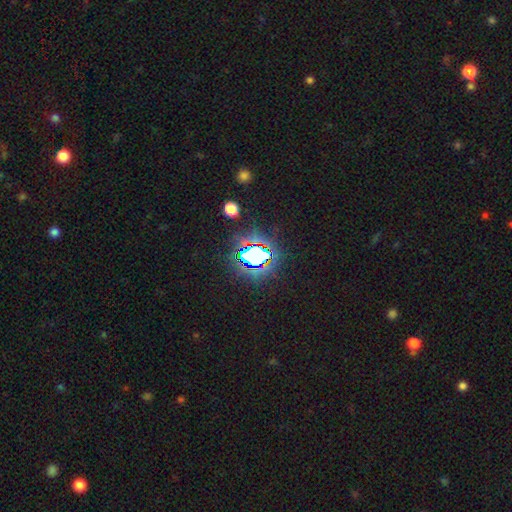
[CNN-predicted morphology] Q: Smooth or featured?
A: star or artifact (72%); runner-up: smooth (17%)